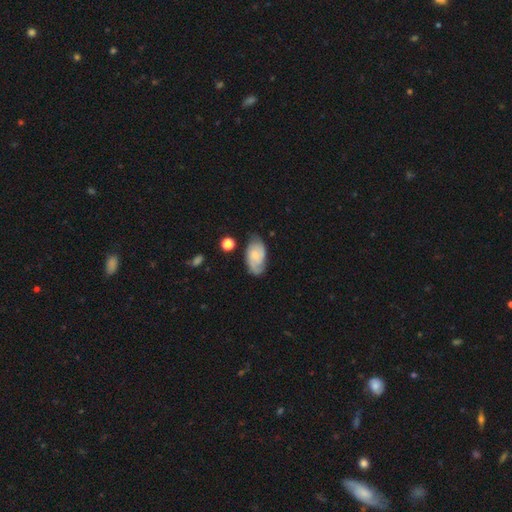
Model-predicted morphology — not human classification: A featured or disk galaxy (60%) with no bar (61%), 2 (67%) tight (46%) spiral arms (91%) and a small central bulge (42%).

Vote fractions:
- Smooth or featured? featured or disk: 60% / smooth: 33% / star or artifact: 7%
- Edge-on disk? no: 95% / yes: 5%
- Bar? no: 61% / weak: 33% / strong: 5%
- Spiral arms? yes: 91% / no: 9%
- Spiral winding? tight: 46% / medium: 40% / loose: 14%
- Spiral arm count? 2: 67% / can't tell: 19% / 3: 6% / 1: 5% / 4: 2% / more than 4: 2%
- Bulge size? small: 42% / none: 32% / moderate: 19% / large: 4% / dominant: 2%
- Merging? none: 67% / minor disturbance: 23% / major disturbance: 7% / merger: 3%